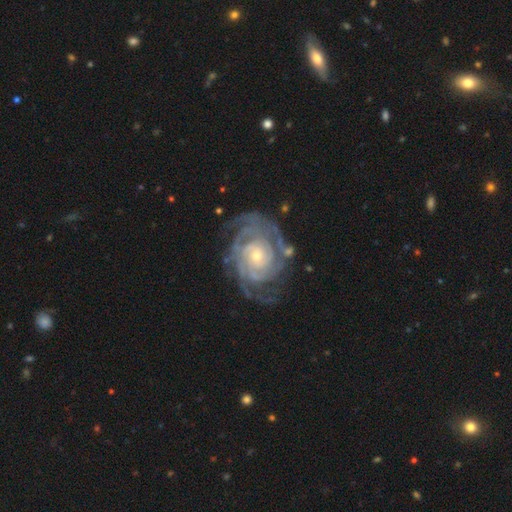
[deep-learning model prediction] Morphology: type=featured or disk (90%); edge-on=no (97%); bar=no (72%); spiral arms=yes (98%); winding=tight (77%); arm count=can't tell (23%); bulge=small (65%); merging=none (74%).